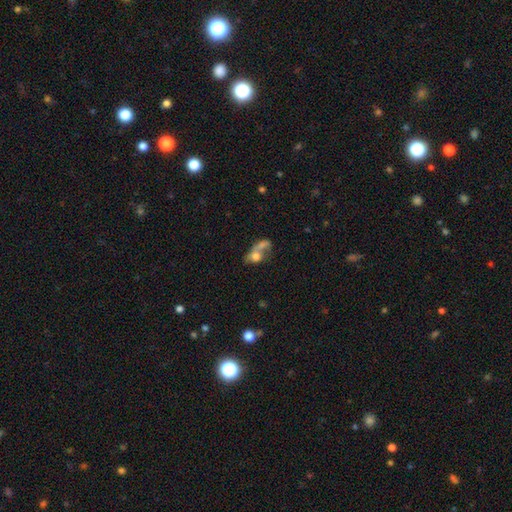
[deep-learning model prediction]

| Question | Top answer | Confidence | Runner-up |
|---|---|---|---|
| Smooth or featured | smooth | 61% | featured or disk (28%) |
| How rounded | in between | 63% | round (32%) |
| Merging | merger | 57% | none (18%) |